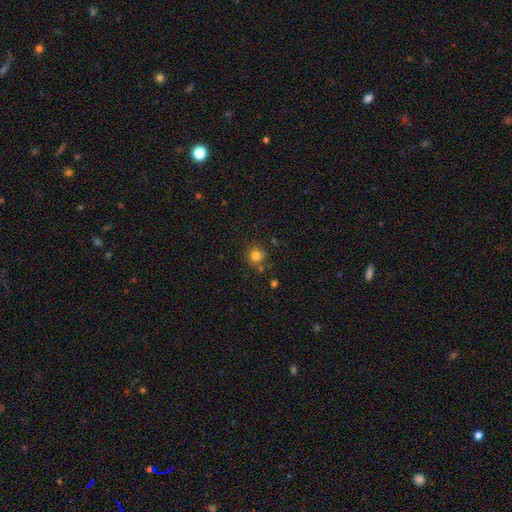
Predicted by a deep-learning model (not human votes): This appears to be a smooth galaxy with no disk features (80%) that is round (86%). Merging: none (74%).